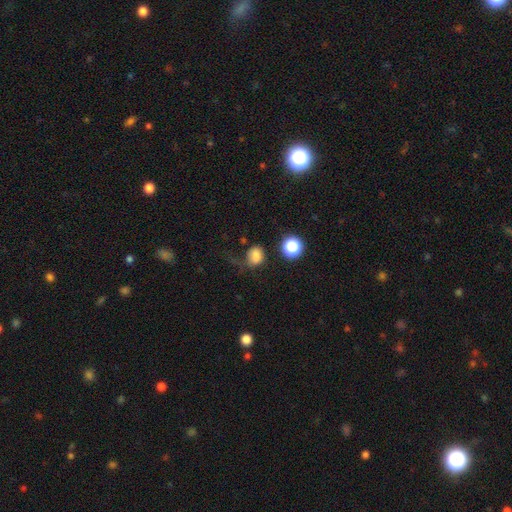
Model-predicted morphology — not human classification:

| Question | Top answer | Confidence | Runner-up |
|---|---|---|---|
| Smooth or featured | smooth | 78% | star or artifact (14%) |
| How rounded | round | 56% | in between (43%) |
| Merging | none | 45% | major disturbance (26%) |